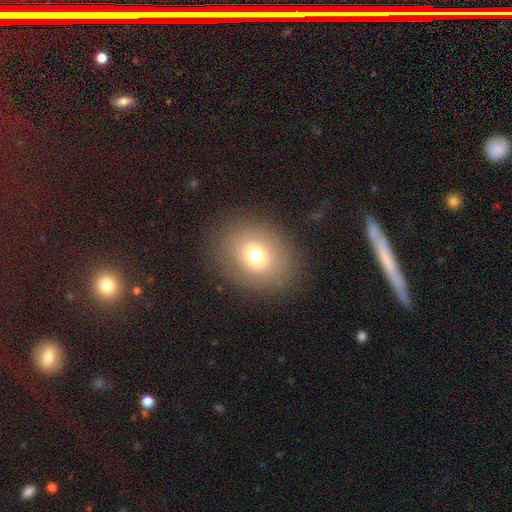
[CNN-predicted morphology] smooth-or-featured: smooth: 70% | featured or disk: 17% | star or artifact: 13%
  how-rounded: round: 53% | in between: 46% | cigar-shaped: 1%
  merging: none: 85% | minor disturbance: 9% | major disturbance: 5% | merger: 1%